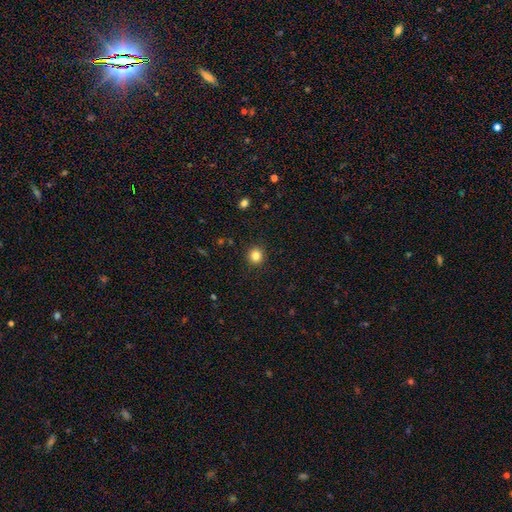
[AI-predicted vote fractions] Smooth or featured? Predicted: smooth (p=0.84). How rounded? Predicted: round (p=0.91). Merging? Predicted: none (p=0.91).